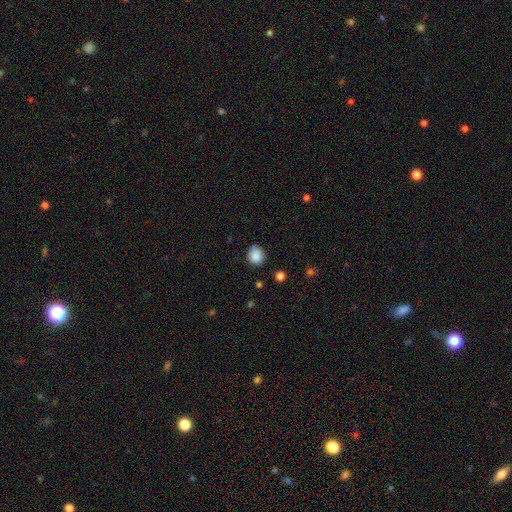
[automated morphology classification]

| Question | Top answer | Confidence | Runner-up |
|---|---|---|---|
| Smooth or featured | smooth | 87% | star or artifact (9%) |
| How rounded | round | 73% | in between (26%) |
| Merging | none | 72% | minor disturbance (22%) |